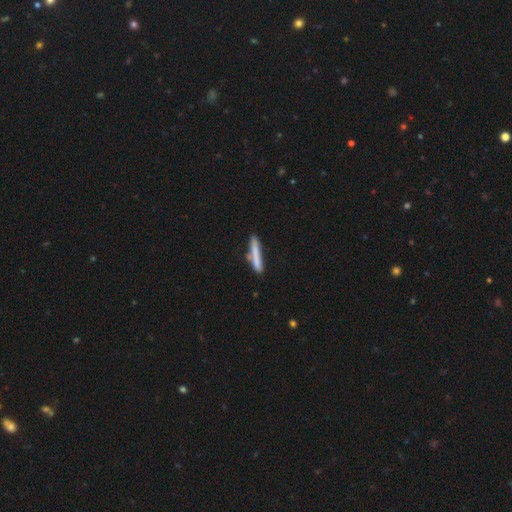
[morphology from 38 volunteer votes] smooth-or-featured: smooth: 76% | featured or disk: 16% | star or artifact: 8%
  how-rounded: cigar-shaped: 97% | in between: 3% | round: 0%
  merging: none: 89% | minor disturbance: 11% | major disturbance: 0% | merger: 0%